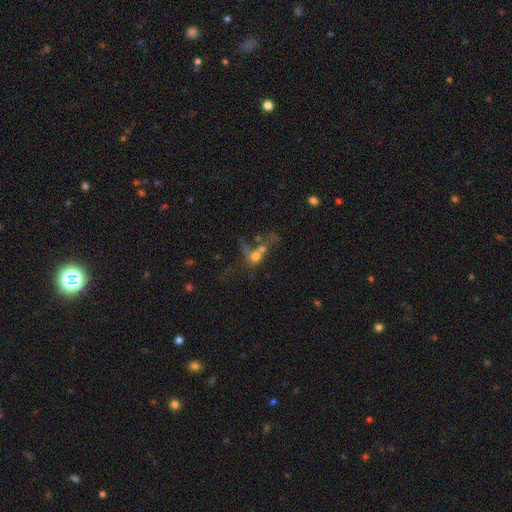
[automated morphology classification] Overall: smooth (49%; featured or disk 34%). Merging: merger (55%; major disturbance 22%).